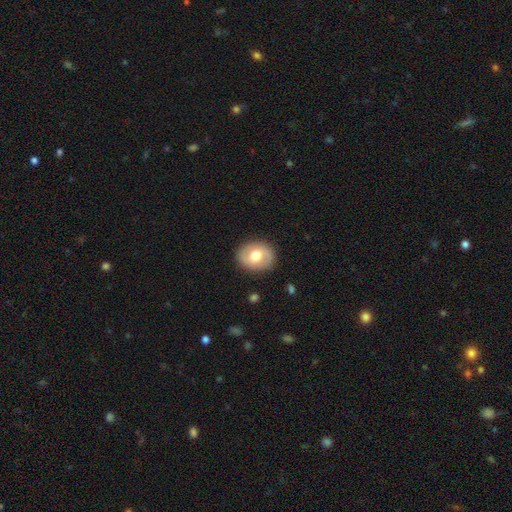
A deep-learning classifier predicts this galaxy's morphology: Overall: smooth (58%; featured or disk 35%). How rounded: round (57%; in between 42%). Merging: none (86%).